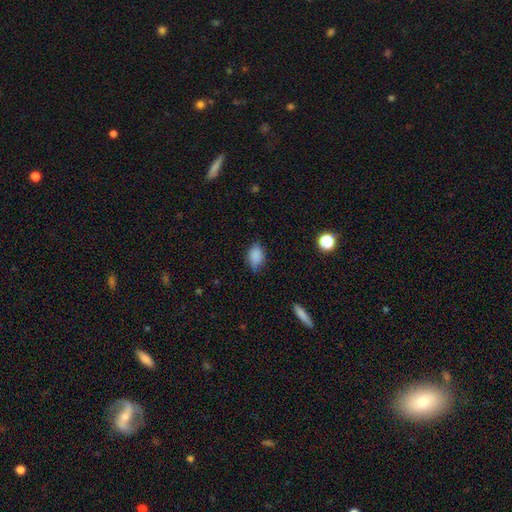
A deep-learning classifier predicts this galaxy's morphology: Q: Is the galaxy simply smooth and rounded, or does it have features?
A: smooth — 84%.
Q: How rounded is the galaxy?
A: in between — 84%.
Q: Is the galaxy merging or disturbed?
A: none — 69%.